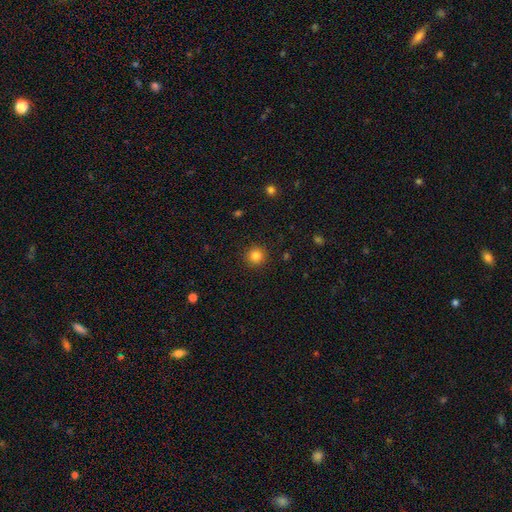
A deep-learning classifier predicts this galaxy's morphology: A smooth galaxy with no disk features (84%) that is round (94%). Merging: none (91%).